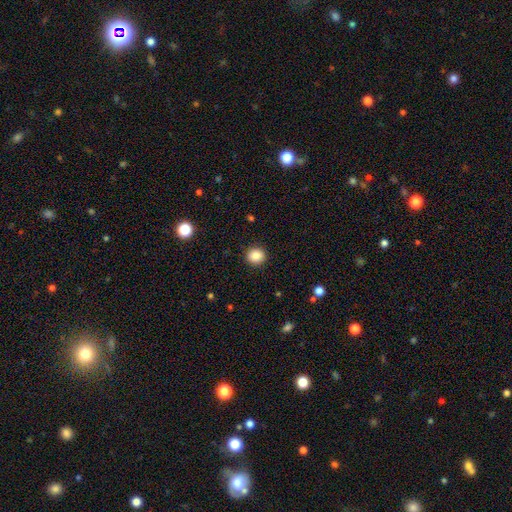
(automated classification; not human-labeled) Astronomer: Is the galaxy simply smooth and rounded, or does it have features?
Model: smooth — 86%.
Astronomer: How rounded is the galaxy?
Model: round — 87%.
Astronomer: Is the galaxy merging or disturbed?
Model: none — 91%.